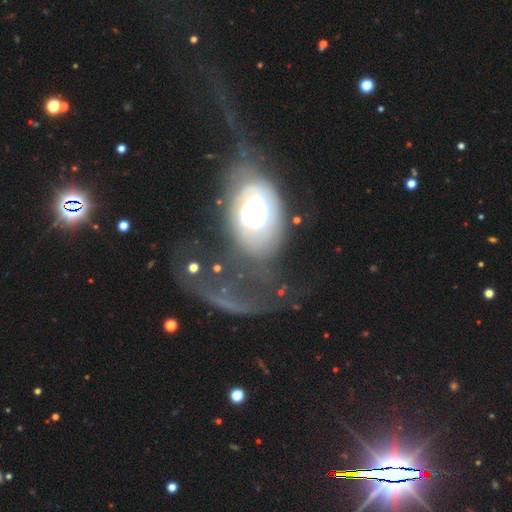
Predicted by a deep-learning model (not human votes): smooth_or_featured: featured or disk (p=0.56) [alt: smooth p=0.26]
disk_edge_on: no (p=0.86) [alt: yes p=0.14]
merging: major disturbance (p=0.52) [alt: none p=0.28]